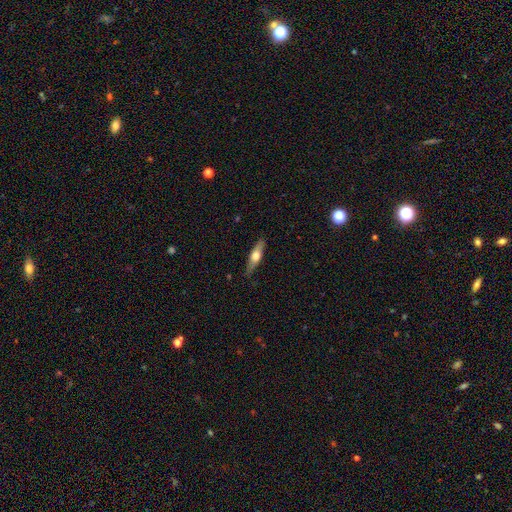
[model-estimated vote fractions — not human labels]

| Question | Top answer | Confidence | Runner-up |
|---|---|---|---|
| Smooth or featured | featured or disk | 51% | smooth (43%) |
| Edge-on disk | yes | 91% | no (9%) |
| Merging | none | 84% | minor disturbance (12%) |